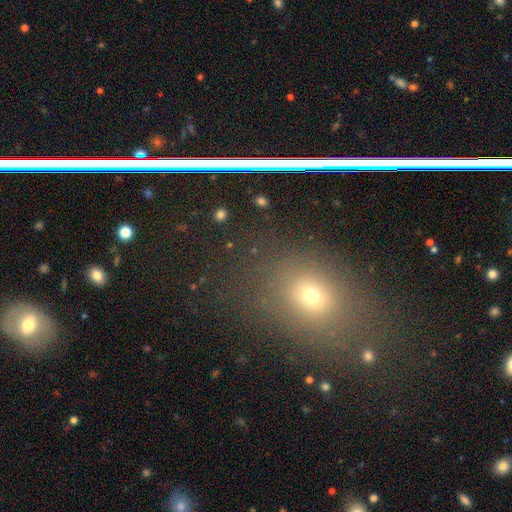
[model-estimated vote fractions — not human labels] Smooth or featured? Predicted: smooth (p=0.53). How rounded? Predicted: in between (p=0.54). Merging? Predicted: none (p=0.82).